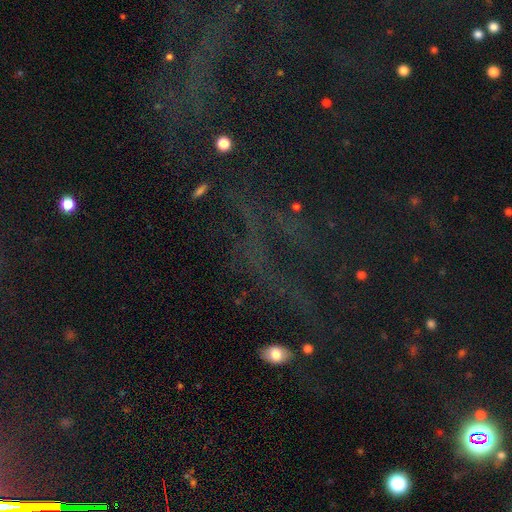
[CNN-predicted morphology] type=star or artifact (78%).